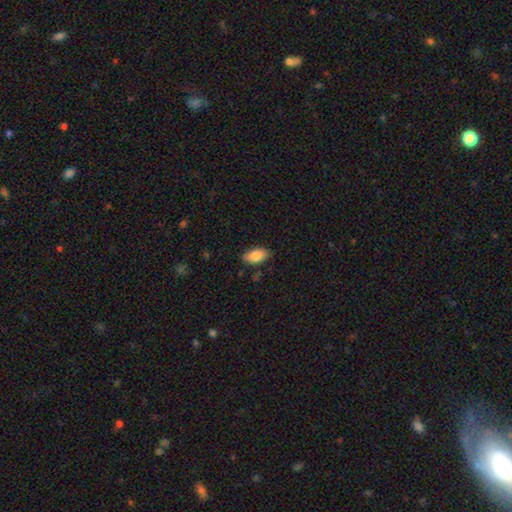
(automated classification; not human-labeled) smooth-or-featured: smooth: 83% | featured or disk: 10% | star or artifact: 7%
  how-rounded: in between: 93% | cigar-shaped: 4% | round: 4%
  merging: none: 84% | minor disturbance: 13% | major disturbance: 2% | merger: 2%